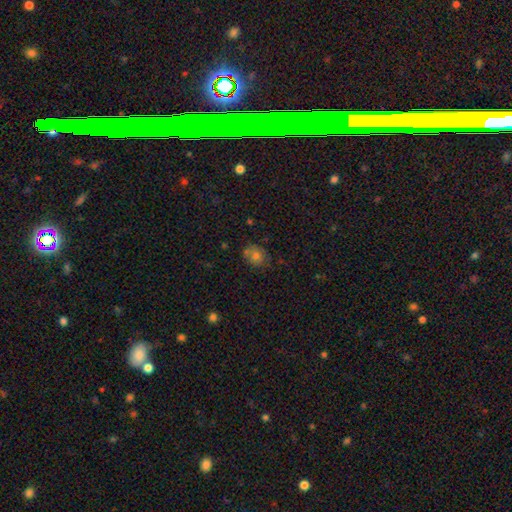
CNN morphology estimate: smooth_or_featured: smooth (p=0.66) [alt: star or artifact p=0.17]
how_rounded: round (p=0.63) [alt: in between p=0.36]
merging: none (p=0.71) [alt: minor disturbance p=0.18]